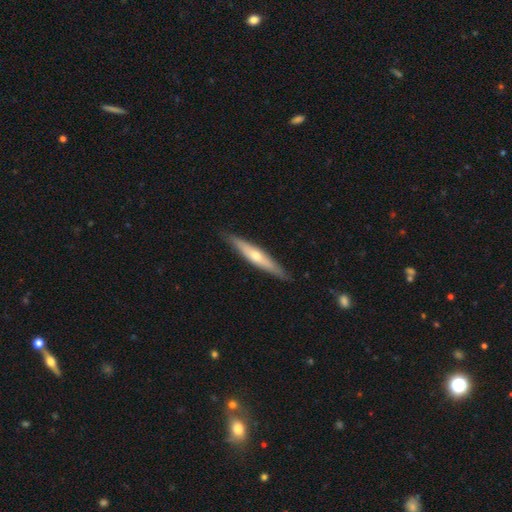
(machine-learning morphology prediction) Overall: featured or disk (55%; smooth 40%). Edge-on disk: yes (91%). Merging: none (88%).